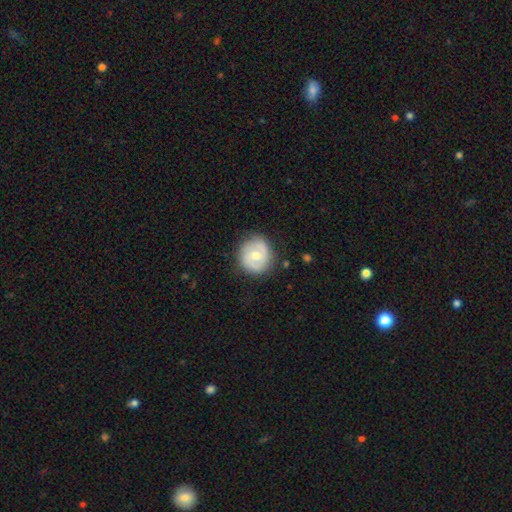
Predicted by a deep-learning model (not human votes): Smooth or featured? Predicted: featured or disk (p=0.53). Edge-on disk? Predicted: no (p=0.97). Bar? Predicted: no (p=0.63). Spiral arms? Predicted: yes (p=0.63). Bulge size? Predicted: moderate (p=0.71). Merging? Predicted: none (p=0.81).